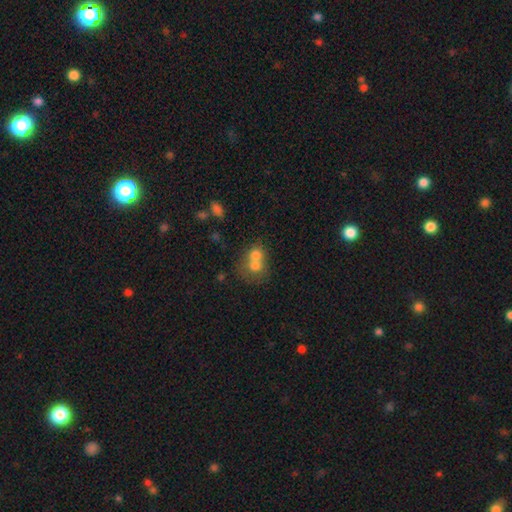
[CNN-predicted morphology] This is likely a smooth galaxy (69%). How rounded: likely round (69%). Merging: likely merger (67%).